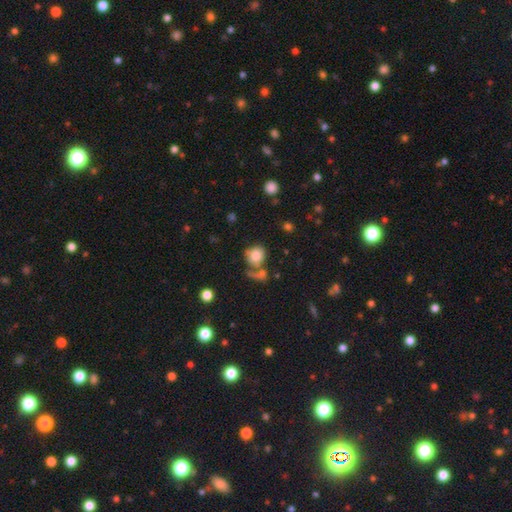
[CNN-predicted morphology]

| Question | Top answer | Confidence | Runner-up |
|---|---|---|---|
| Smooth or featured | smooth | 80% | featured or disk (11%) |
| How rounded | round | 73% | in between (25%) |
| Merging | none | 48% | merger (26%) |